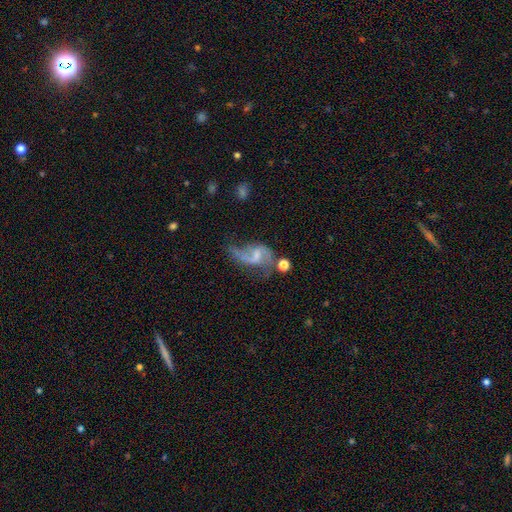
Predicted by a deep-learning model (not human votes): A featured or disk galaxy (79%) with a weak bar (51%), 2 (83%) loose (78%) spiral arms (89%) and a small central bulge (40%).

Vote fractions:
- Smooth or featured? featured or disk: 79% / smooth: 13% / star or artifact: 8%
- Edge-on disk? no: 97% / yes: 3%
- Bar? weak: 51% / no: 30% / strong: 19%
- Spiral arms? yes: 89% / no: 11%
- Spiral winding? loose: 78% / medium: 18% / tight: 4%
- Spiral arm count? 2: 83% / 1: 10% / can't tell: 4% / 3: 1% / 4: 1% / more than 4: 1%
- Bulge size? small: 40% / none: 38% / moderate: 19% / large: 3% / dominant: 1%
- Merging? none: 39% / major disturbance: 28% / minor disturbance: 21% / merger: 12%